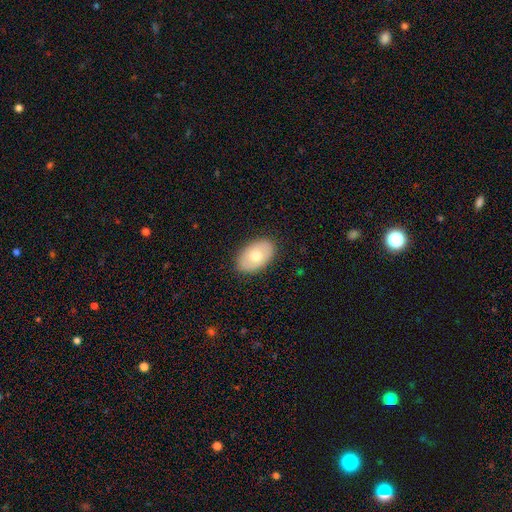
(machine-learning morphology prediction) Overall: smooth (70%). How rounded: in between (92%). Merging: none (88%).